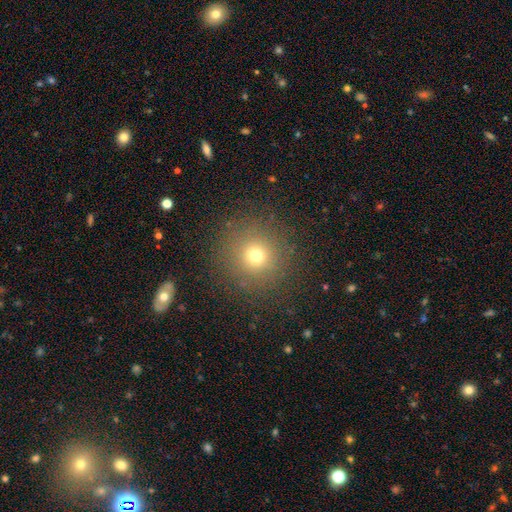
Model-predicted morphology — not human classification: This appears to be a smooth galaxy with no disk features (70%) that is round (95%). Merging: none (88%).